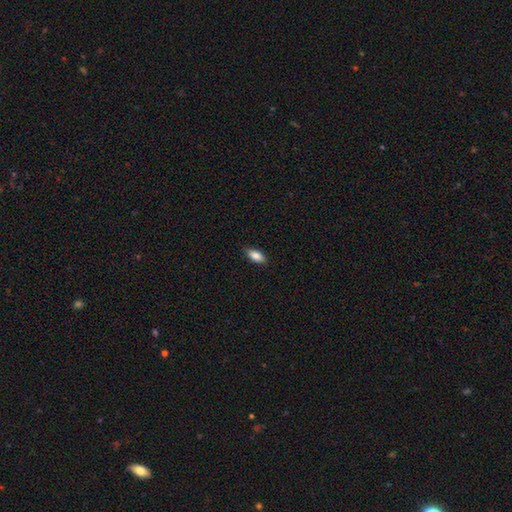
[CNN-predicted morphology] This is clearly a smooth galaxy (83%). How rounded: clearly in between (84%). Merging: clearly none (87%).